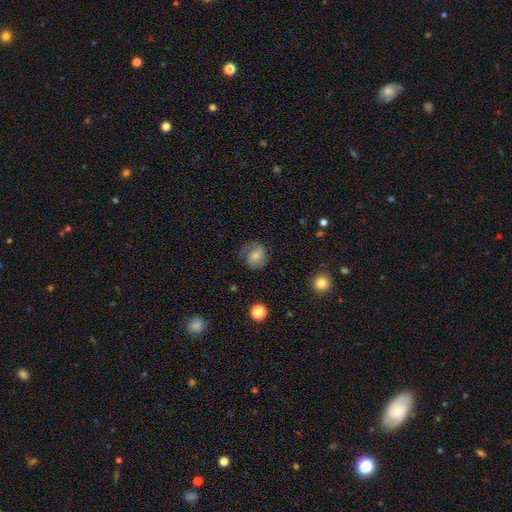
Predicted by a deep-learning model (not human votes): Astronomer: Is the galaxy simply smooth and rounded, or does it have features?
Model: smooth — 70%.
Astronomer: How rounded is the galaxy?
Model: round — 76%.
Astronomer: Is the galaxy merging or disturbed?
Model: none — 62%.